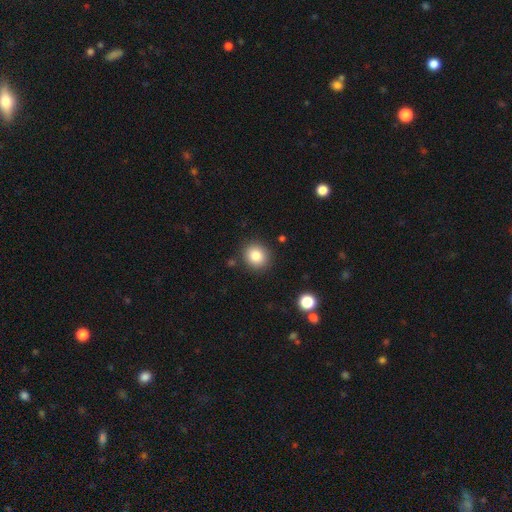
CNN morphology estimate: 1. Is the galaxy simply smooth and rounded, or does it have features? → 84% smooth, 10% star or artifact, 6% featured or disk.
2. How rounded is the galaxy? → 80% round, 19% in between, 1% cigar-shaped.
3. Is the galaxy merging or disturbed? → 87% none, 8% minor disturbance, 3% major disturbance, 2% merger.